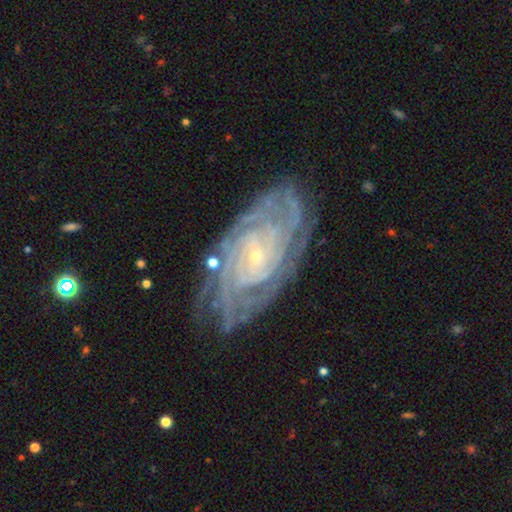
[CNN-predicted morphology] featured or disk 89%, star or artifact 6%, smooth 5%. Down the decision tree: edge-on disk — no (95%); bar — no (68%); spiral arms — yes (98%); spiral arm count — can't tell (25%); spiral winding — tight (82%); bulge size — small (86%); merging — none (76%).